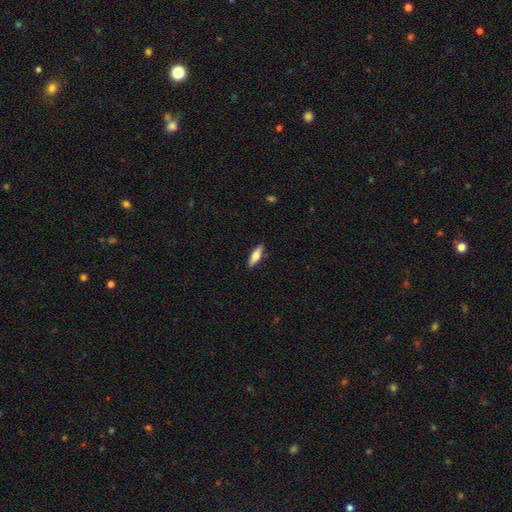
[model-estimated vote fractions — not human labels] smooth 65%, featured or disk 29%, star or artifact 6%. Down the decision tree: how rounded — cigar-shaped (51%); merging — none (89%).